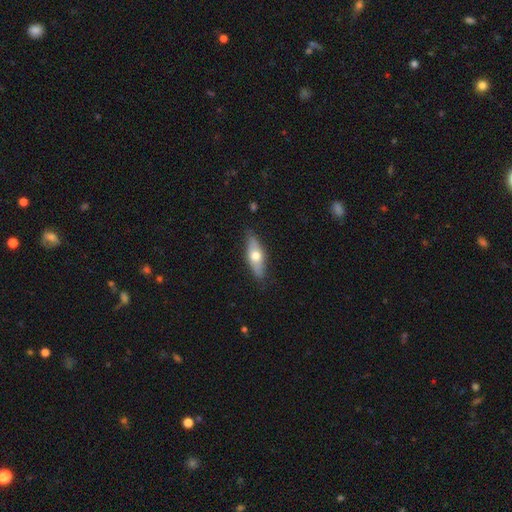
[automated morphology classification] This appears to be a smooth galaxy with no disk features (55%) that is in between round and cigar-shaped (60%). Merging: none (83%).